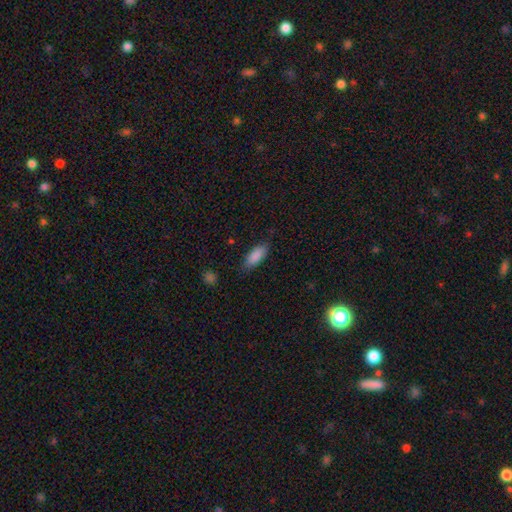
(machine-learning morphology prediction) Smooth or featured?
  - smooth: 88% *
  - star or artifact: 7%
  - featured or disk: 6%
How rounded?
  - in between: 77% *
  - cigar-shaped: 21%
  - round: 2%
Merging?
  - none: 81% *
  - minor disturbance: 14%
  - major disturbance: 3%
  - merger: 1%